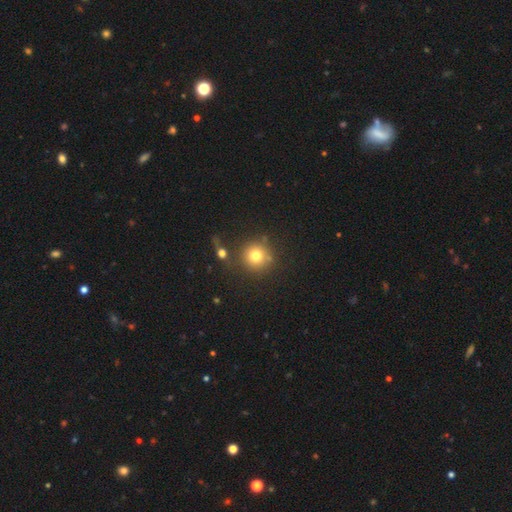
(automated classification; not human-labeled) This is likely a smooth galaxy (77%). How rounded: clearly round (94%). Merging: likely none (76%).